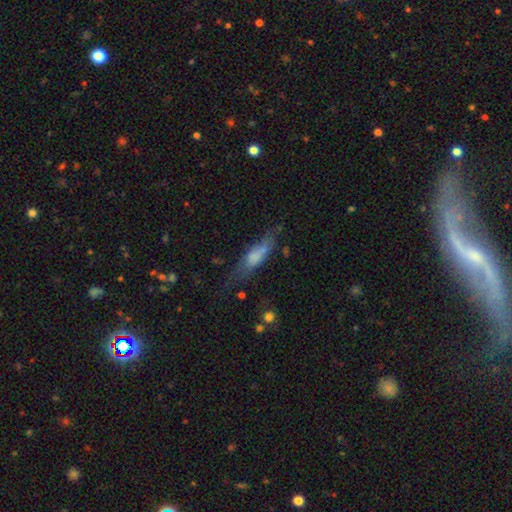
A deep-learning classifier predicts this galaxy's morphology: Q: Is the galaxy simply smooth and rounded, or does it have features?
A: smooth — 61%.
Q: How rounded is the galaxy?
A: cigar-shaped — 57%.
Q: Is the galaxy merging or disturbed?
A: none — 45%.